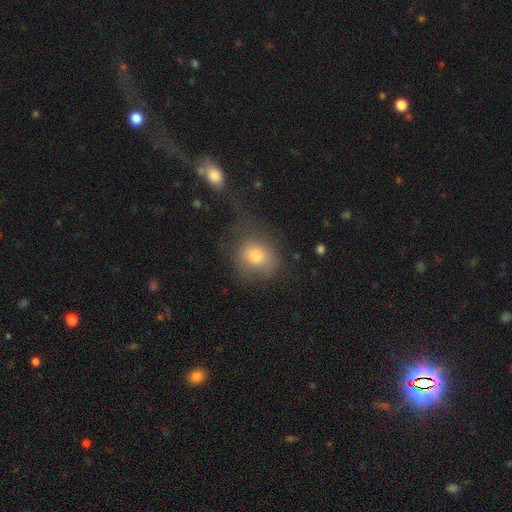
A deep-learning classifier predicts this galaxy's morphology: Q: Smooth or featured?
A: smooth (78%); runner-up: featured or disk (13%)
Q: How rounded?
A: round (65%); runner-up: in between (34%)
Q: Merging?
A: none (47%); runner-up: minor disturbance (24%)